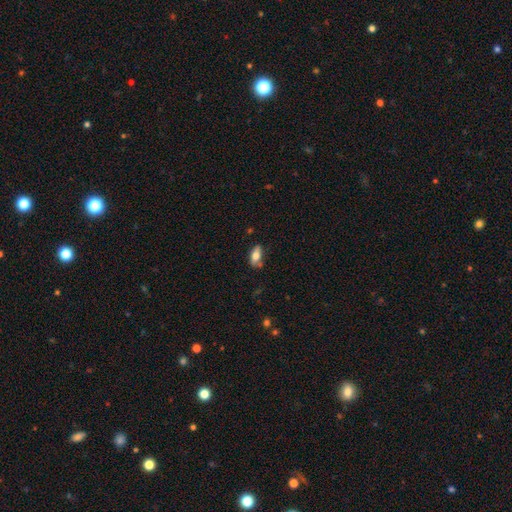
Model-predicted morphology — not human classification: Smooth or featured?
  - smooth: 68% *
  - featured or disk: 26%
  - star or artifact: 7%
How rounded?
  - in between: 84% *
  - cigar-shaped: 12%
  - round: 3%
Merging?
  - none: 68% *
  - minor disturbance: 20%
  - merger: 7%
  - major disturbance: 5%